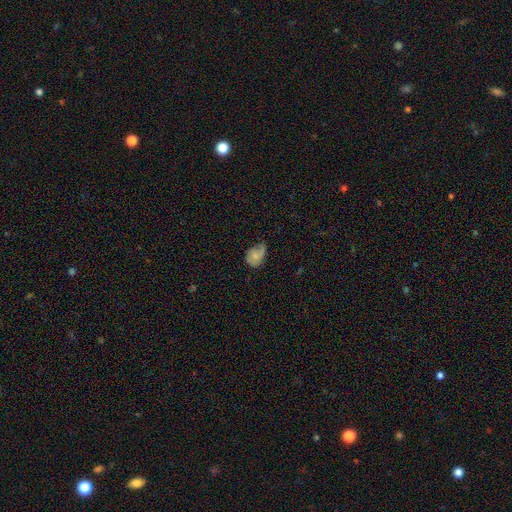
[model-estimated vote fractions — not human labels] Q: Smooth or featured?
A: smooth (61%); runner-up: featured or disk (30%)
Q: How rounded?
A: in between (74%); runner-up: round (25%)
Q: Merging?
A: minor disturbance (42%); runner-up: none (30%)